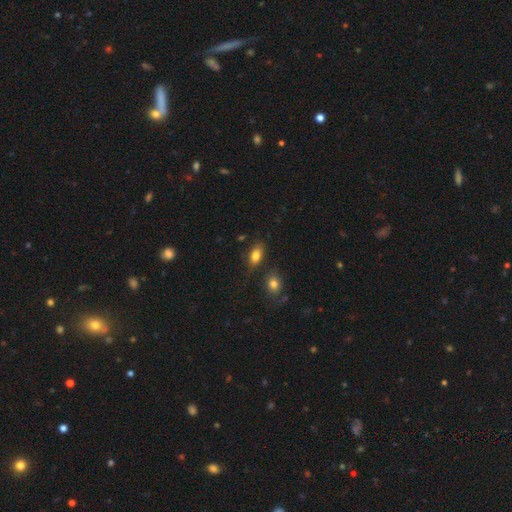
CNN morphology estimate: Overall: smooth (82%). How rounded: in between (87%). Merging: none (77%).